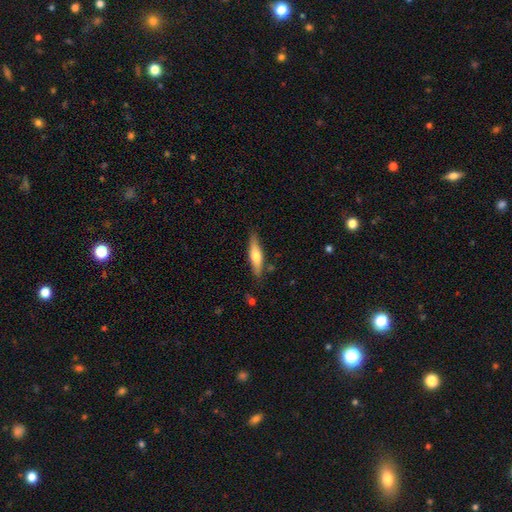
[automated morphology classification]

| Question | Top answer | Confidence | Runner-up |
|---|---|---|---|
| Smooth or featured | smooth | 60% | featured or disk (34%) |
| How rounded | cigar-shaped | 68% | in between (30%) |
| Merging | none | 80% | minor disturbance (15%) |